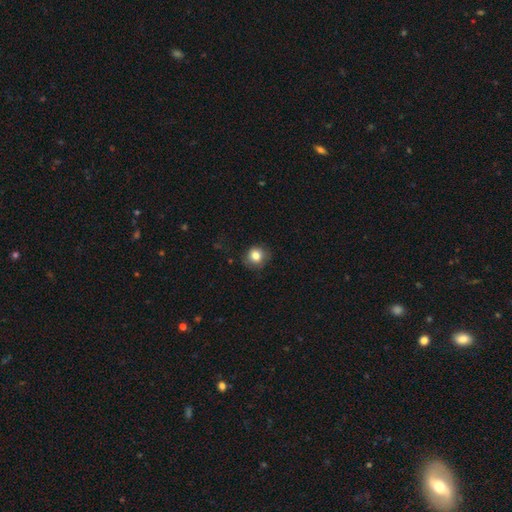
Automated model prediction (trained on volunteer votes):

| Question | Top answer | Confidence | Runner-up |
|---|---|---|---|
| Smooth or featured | smooth | 81% | star or artifact (10%) |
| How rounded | round | 86% | in between (13%) |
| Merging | none | 80% | minor disturbance (15%) |